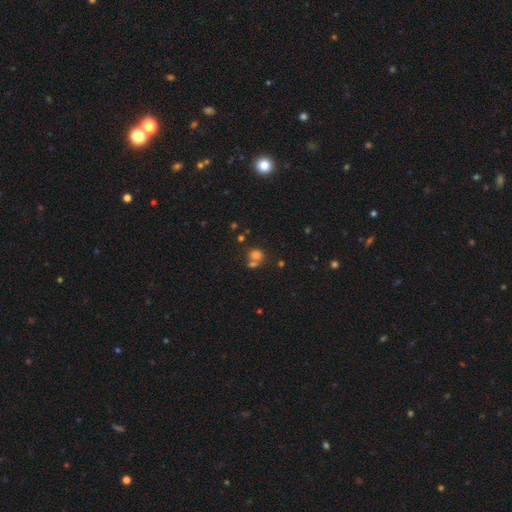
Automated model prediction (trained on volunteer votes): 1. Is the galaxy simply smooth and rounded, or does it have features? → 72% smooth, 16% star or artifact, 12% featured or disk.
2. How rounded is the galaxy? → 77% round, 22% in between, 1% cigar-shaped.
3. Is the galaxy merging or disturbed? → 43% none (tied), 43% merger (tied), 9% minor disturbance, 4% major disturbance.